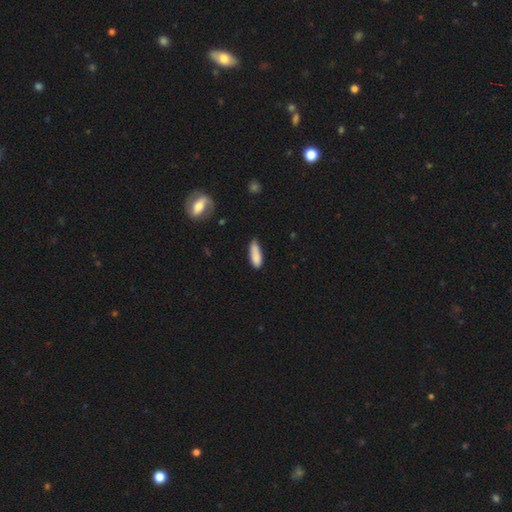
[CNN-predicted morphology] smooth_or_featured: smooth (p=0.86) [alt: featured or disk p=0.07]
how_rounded: in between (p=0.51) [alt: cigar-shaped p=0.47]
merging: none (p=0.63) [alt: minor disturbance p=0.29]